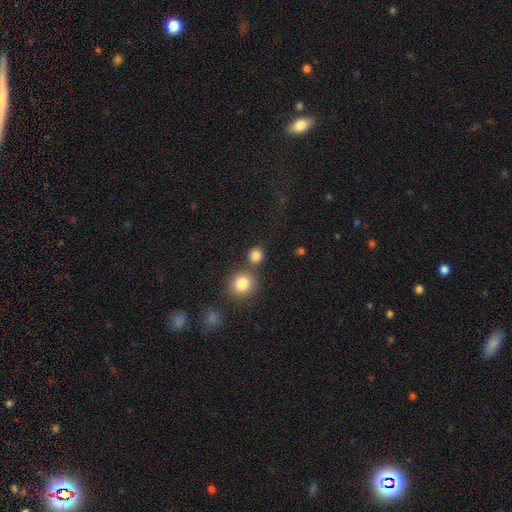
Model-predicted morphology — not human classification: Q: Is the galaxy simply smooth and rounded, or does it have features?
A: smooth — 83%.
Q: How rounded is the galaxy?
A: round — 88%.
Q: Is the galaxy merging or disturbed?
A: none — 70%.